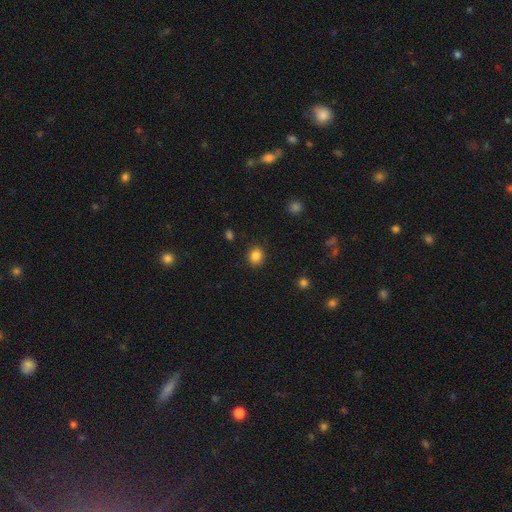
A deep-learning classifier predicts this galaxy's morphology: smooth-or-featured: smooth: 85% | star or artifact: 11% | featured or disk: 4%
  how-rounded: round: 77% | in between: 22% | cigar-shaped: 1%
  merging: none: 90% | minor disturbance: 7% | major disturbance: 2% | merger: 1%